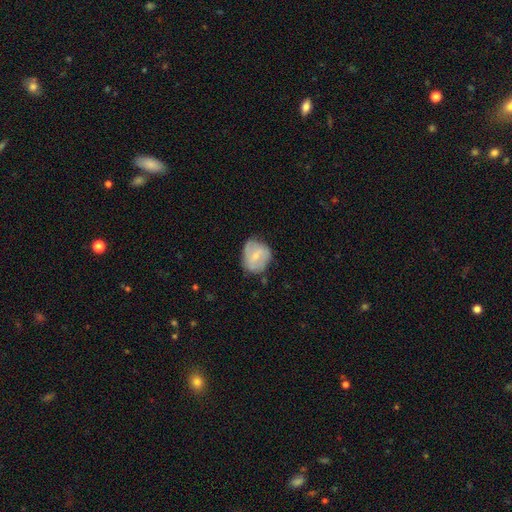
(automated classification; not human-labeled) A smooth galaxy with no disk features (52%) that is round (64%). Merging: none (56%).